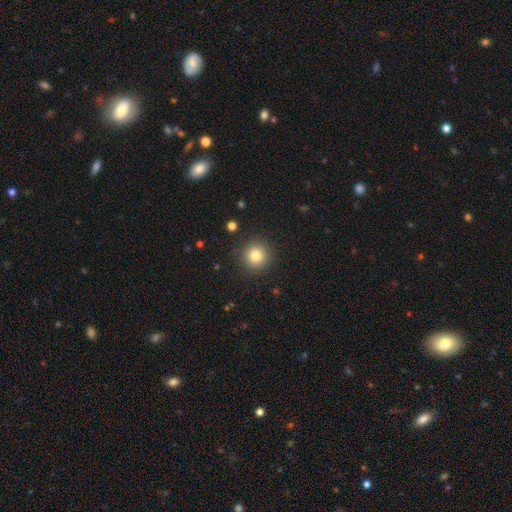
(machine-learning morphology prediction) smooth_or_featured: smooth (p=0.81) [alt: star or artifact p=0.12]
how_rounded: round (p=0.95) [alt: in between p=0.04]
merging: none (p=0.90) [alt: minor disturbance p=0.06]